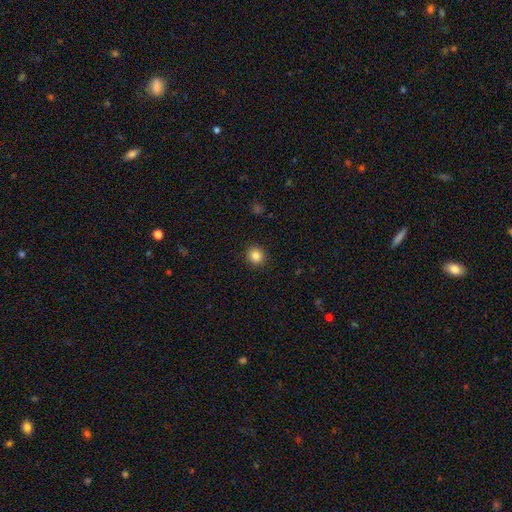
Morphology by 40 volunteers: This appears to be a smooth galaxy with no disk features (88%) that is round (94%). Merging: none (94%).